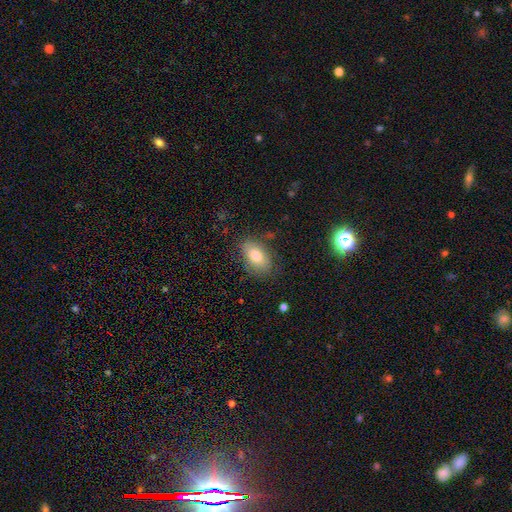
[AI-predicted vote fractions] Smooth or featured? smooth (76%)
How rounded? in between (91%)
Merging? none (78%)